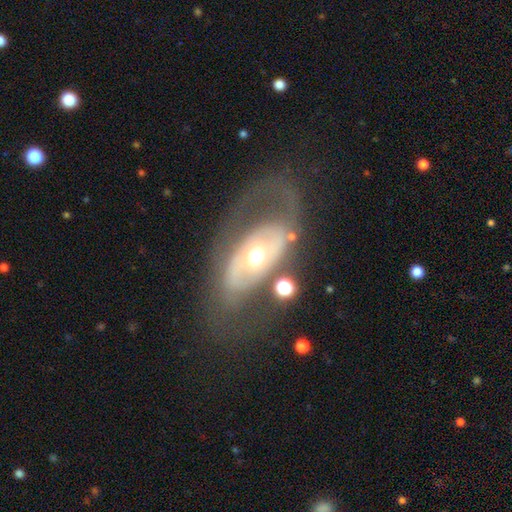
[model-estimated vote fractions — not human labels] Overall: featured or disk (78%). Edge-on disk: no (92%). Bar: no (63%). Spiral arms: yes (58%; no 42%). Bulge size: moderate (63%; small 27%). Merging: none (59%; major disturbance 19%).